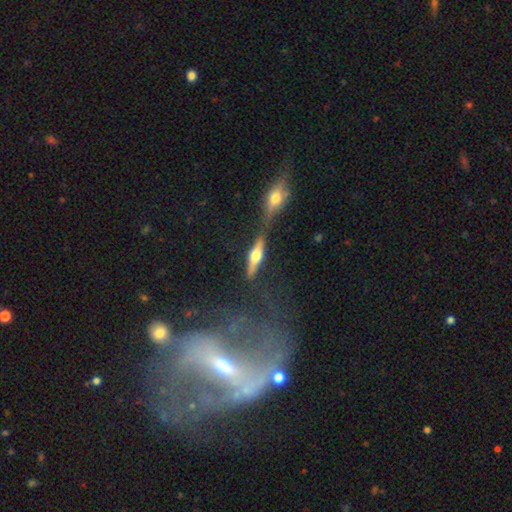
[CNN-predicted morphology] Smooth or featured: featured or disk — 66% (smooth — 26%)
Edge-on disk: yes — 93% (no — 7%)
Edge-on bulge: rounded — 94% (boxy — 4%)
Merging: none — 66% (merger — 16%)